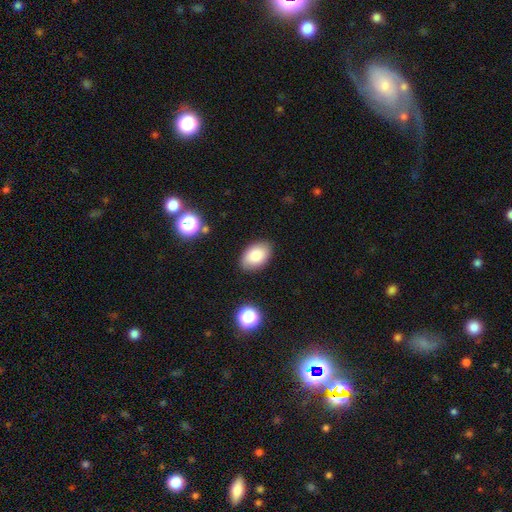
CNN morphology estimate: Smooth or featured: smooth — 83% (featured or disk — 9%)
How rounded: in between — 90% (round — 9%)
Merging: none — 86% (minor disturbance — 10%)